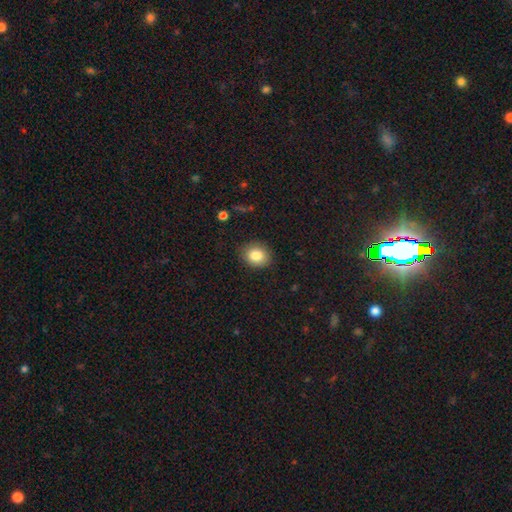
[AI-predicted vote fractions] This is clearly a smooth galaxy (84%). How rounded: likely round (60%). Merging: clearly none (87%).